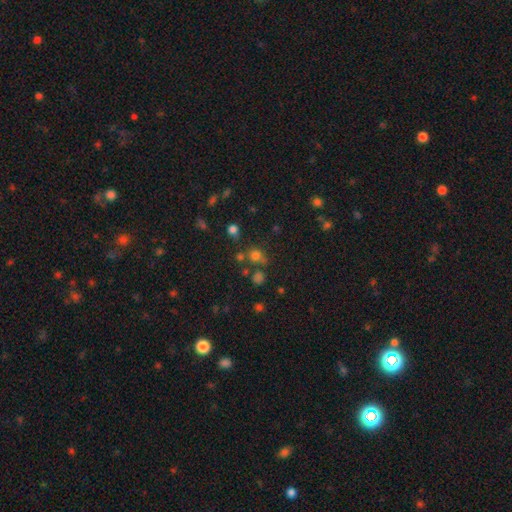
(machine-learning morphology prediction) smooth_or_featured: smooth (p=0.64) [alt: star or artifact p=0.28]
how_rounded: round (p=0.82) [alt: in between p=0.17]
merging: none (p=0.63) [alt: merger p=0.18]